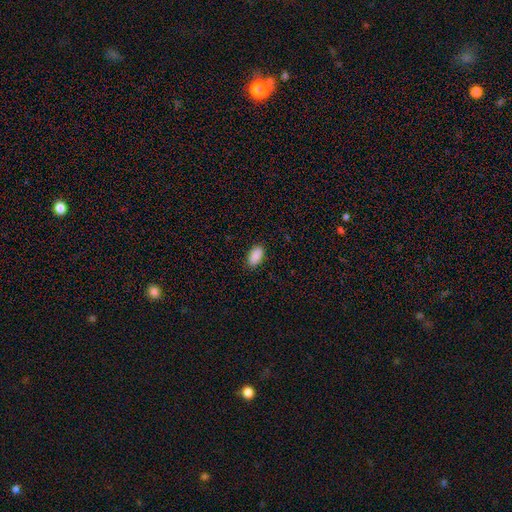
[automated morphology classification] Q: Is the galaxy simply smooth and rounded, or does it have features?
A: smooth — 90%.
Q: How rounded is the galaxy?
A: in between — 94%.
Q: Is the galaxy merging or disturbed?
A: none — 86%.